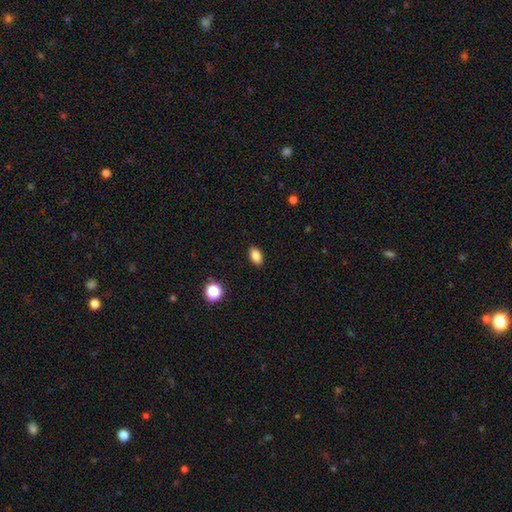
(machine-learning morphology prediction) A smooth galaxy with no disk features (83%) that is in between round and cigar-shaped (89%).

Vote fractions:
- Smooth or featured? smooth: 83% / star or artifact: 10% / featured or disk: 7%
- How rounded? in between: 89% / round: 9% / cigar-shaped: 3%
- Merging? none: 90% / minor disturbance: 7% / major disturbance: 2% / merger: 1%